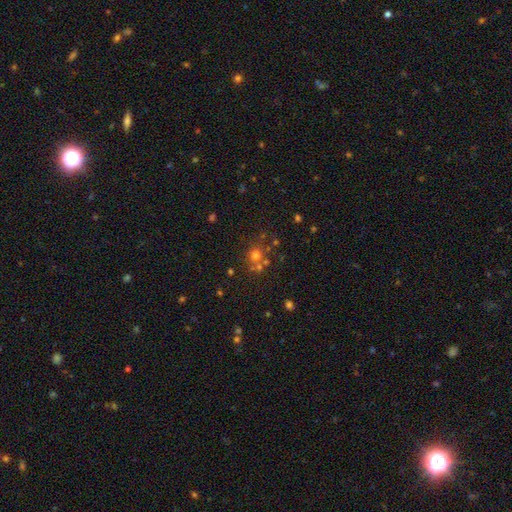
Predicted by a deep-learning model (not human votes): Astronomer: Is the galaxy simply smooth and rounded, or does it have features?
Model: smooth — 65%.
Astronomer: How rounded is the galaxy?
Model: round — 86%.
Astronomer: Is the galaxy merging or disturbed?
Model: none — 64%.